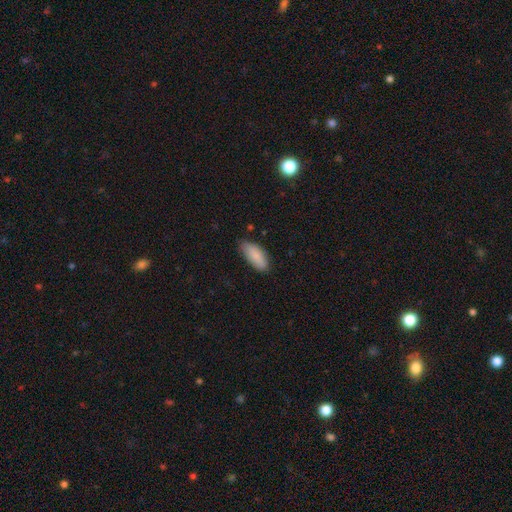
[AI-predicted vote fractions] smooth_or_featured: smooth (p=0.85) [alt: featured or disk p=0.09]
how_rounded: in between (p=0.85) [alt: cigar-shaped p=0.13]
merging: none (p=0.74) [alt: minor disturbance p=0.22]